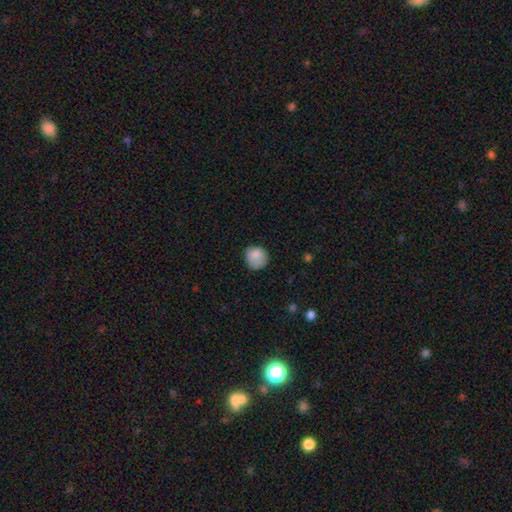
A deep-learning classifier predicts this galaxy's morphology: This is clearly a smooth galaxy (83%). How rounded: clearly round (83%). Merging: likely none (71%).